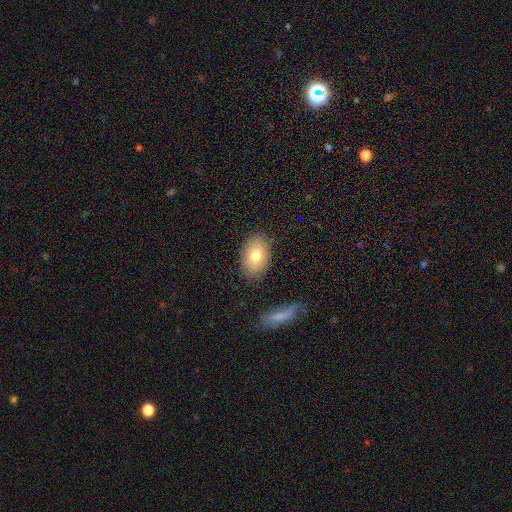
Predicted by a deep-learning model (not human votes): smooth-or-featured: smooth: 77% | featured or disk: 16% | star or artifact: 8%
  how-rounded: in between: 89% | round: 10% | cigar-shaped: 1%
  merging: none: 84% | minor disturbance: 11% | major disturbance: 3% | merger: 2%